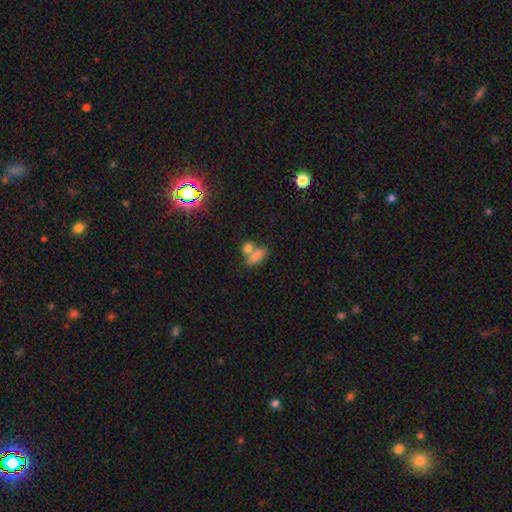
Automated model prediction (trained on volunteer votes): Smooth or featured: smooth — 78% (star or artifact — 11%)
How rounded: in between — 84% (round — 9%)
Merging: merger — 50% (none — 35%)